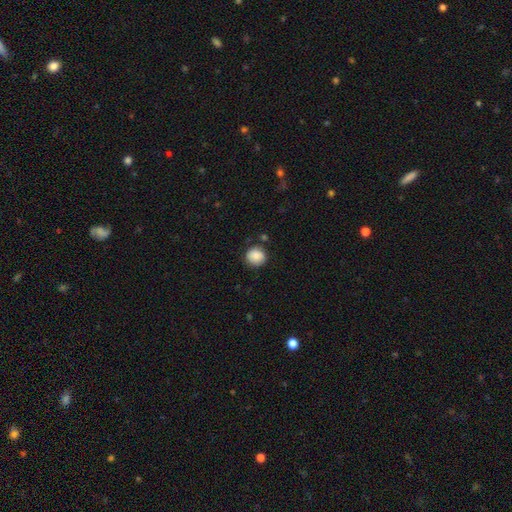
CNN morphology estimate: This appears to be a smooth galaxy with no disk features (87%) that is round (88%). Merging: none (81%).